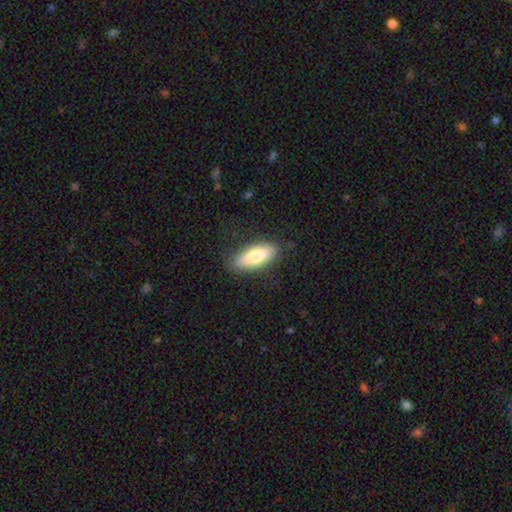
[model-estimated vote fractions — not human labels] This is likely a smooth galaxy (76%). How rounded: likely in between (74%). Merging: clearly none (84%).